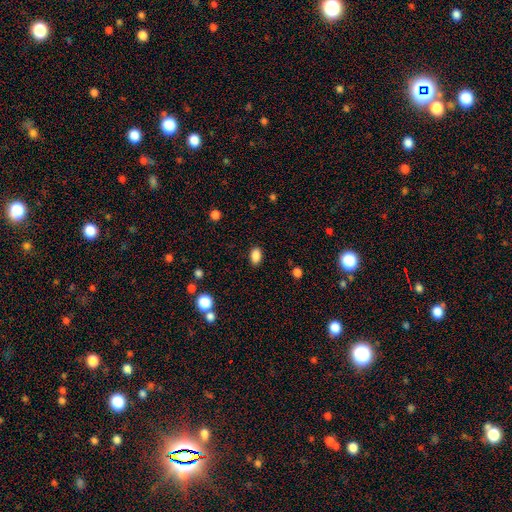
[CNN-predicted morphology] Smooth or featured?
  - smooth: 87% *
  - star or artifact: 9%
  - featured or disk: 4%
How rounded?
  - in between: 88% *
  - round: 10%
  - cigar-shaped: 2%
Merging?
  - none: 88% *
  - minor disturbance: 8%
  - major disturbance: 2%
  - merger: 1%